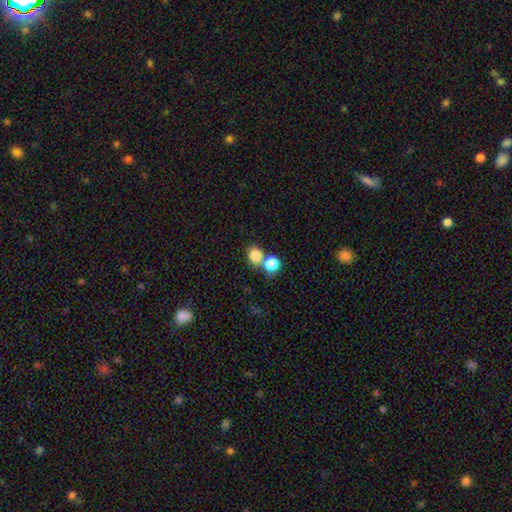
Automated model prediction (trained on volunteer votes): Overall: smooth (81%). How rounded: round (76%). Merging: none (51%; merger 39%).